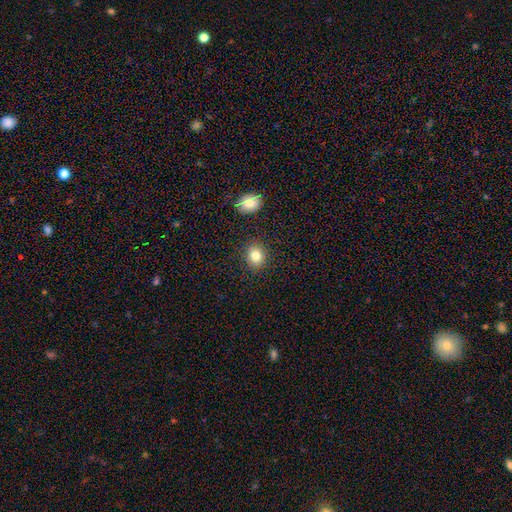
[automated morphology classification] A smooth galaxy with no disk features (83%) that is round (69%). Merging: none (88%).